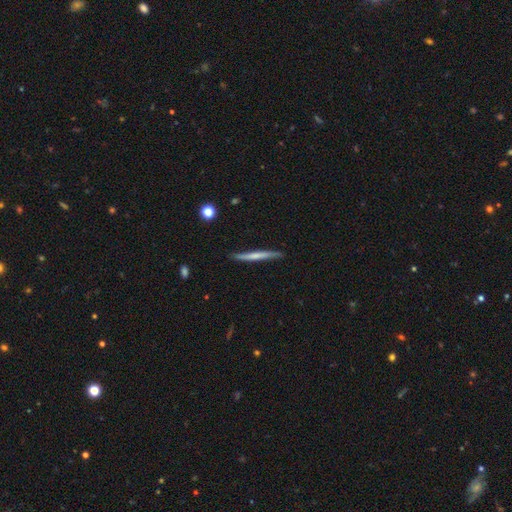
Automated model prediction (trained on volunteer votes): This appears to be a smooth galaxy with no disk features (50%) that is cigar-shaped (97%). Merging: none (88%).